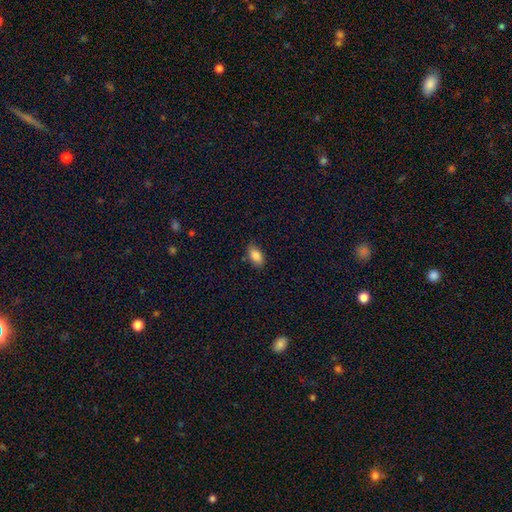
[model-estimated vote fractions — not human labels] This appears to be a smooth galaxy with no disk features (86%) that is in between round and cigar-shaped (91%). Merging: none (83%).